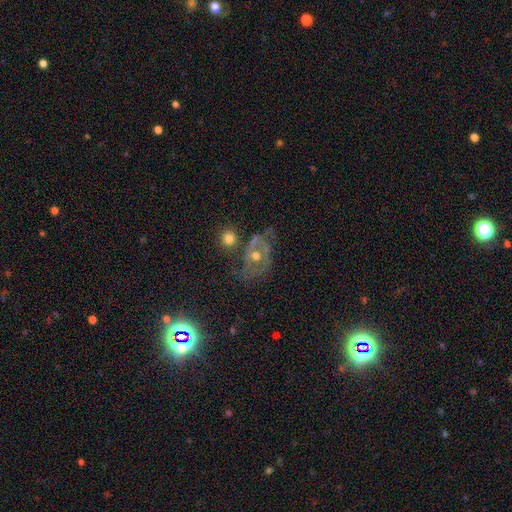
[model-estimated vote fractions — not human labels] The model was most divided on "spiral arms": yes: 59%, no: 41%. Remaining: edge-on disk — no (95%); bulge size — moderate (72%); bar — no (70%); smooth or featured — featured or disk (67%); merging — none (48%).